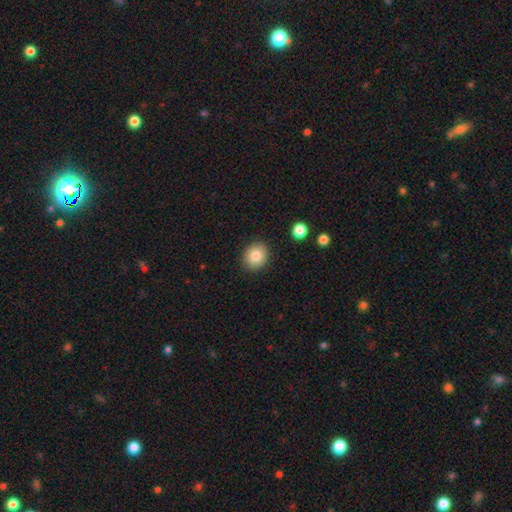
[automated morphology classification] Q: Smooth or featured?
A: smooth (82%); runner-up: star or artifact (9%)
Q: How rounded?
A: round (72%); runner-up: in between (27%)
Q: Merging?
A: none (89%); runner-up: minor disturbance (8%)